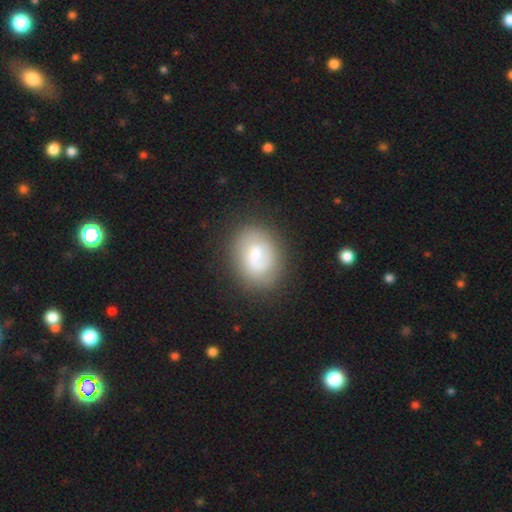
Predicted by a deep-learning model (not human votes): A smooth galaxy with no disk features (54%) that is in between round and cigar-shaped (56%). Merging: none (73%).